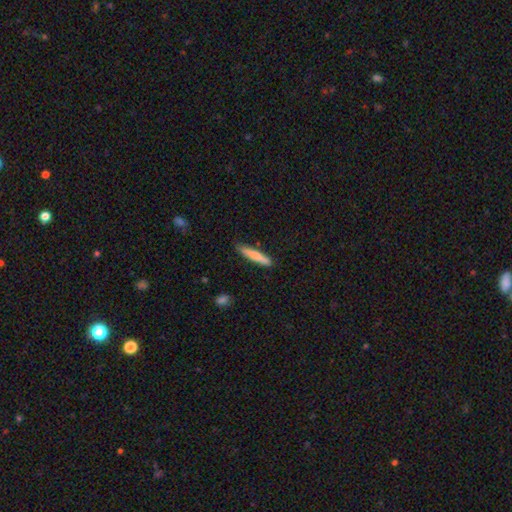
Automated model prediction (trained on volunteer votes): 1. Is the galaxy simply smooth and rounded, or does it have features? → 77% smooth, 17% featured or disk, 5% star or artifact.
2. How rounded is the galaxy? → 91% cigar-shaped, 8% in between, 1% round.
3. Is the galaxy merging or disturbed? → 84% none, 13% minor disturbance, 2% major disturbance, 2% merger.